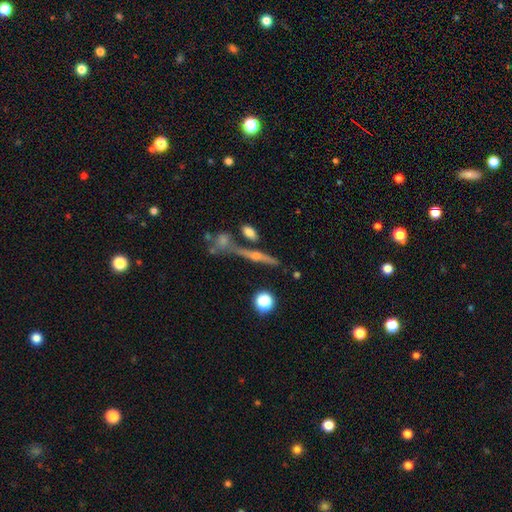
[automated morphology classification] A featured or disk galaxy (75%) viewed edge-on (95%) with a rounded central bulge (88%).

Vote fractions:
- Smooth or featured? featured or disk: 75% / smooth: 15% / star or artifact: 10%
- Edge-on disk? yes: 95% / no: 5%
- Edge-on bulge? rounded: 88% / none: 7% / boxy: 5%
- Merging? none: 73% / merger: 12% / minor disturbance: 10% / major disturbance: 4%